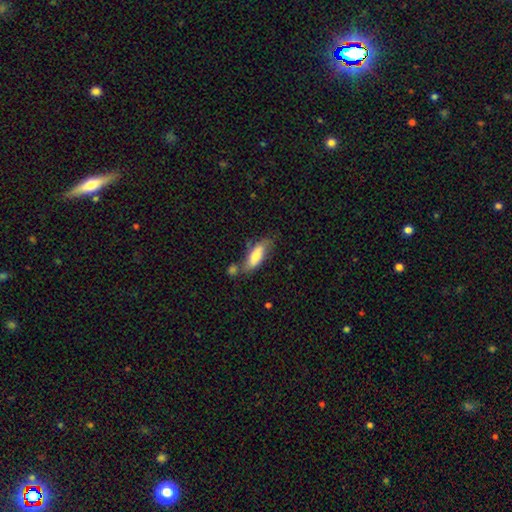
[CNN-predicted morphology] This appears to be a smooth galaxy with no disk features (72%) that is in between round and cigar-shaped (66%). Merging: none (49%).